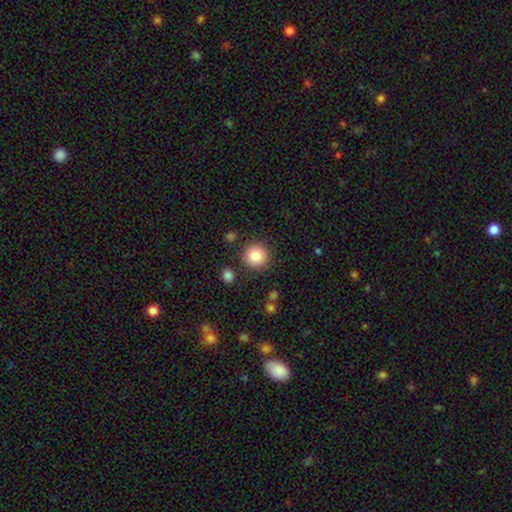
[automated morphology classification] smooth_or_featured: smooth (p=0.86) [alt: star or artifact p=0.09]
how_rounded: round (p=0.94) [alt: in between p=0.05]
merging: none (p=0.87) [alt: minor disturbance p=0.07]